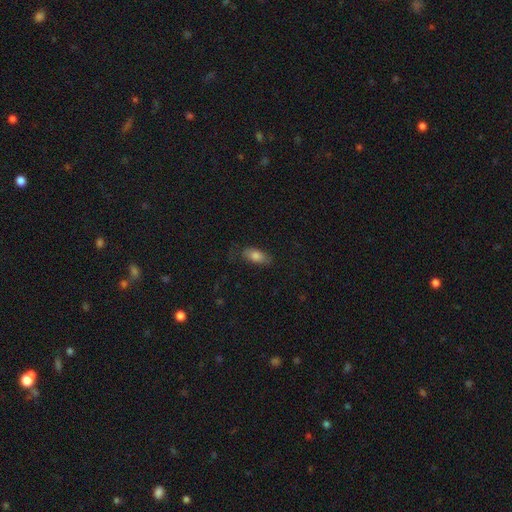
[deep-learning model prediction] Smooth or featured? smooth (79%)
How rounded? in between (87%)
Merging? none (73%)